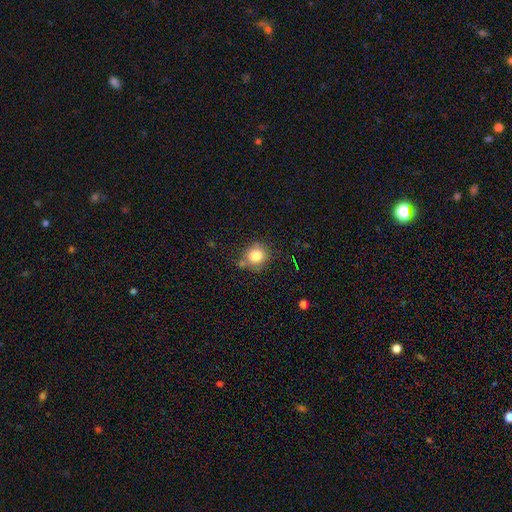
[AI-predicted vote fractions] Overall: smooth (81%). How rounded: round (86%). Merging: none (73%).